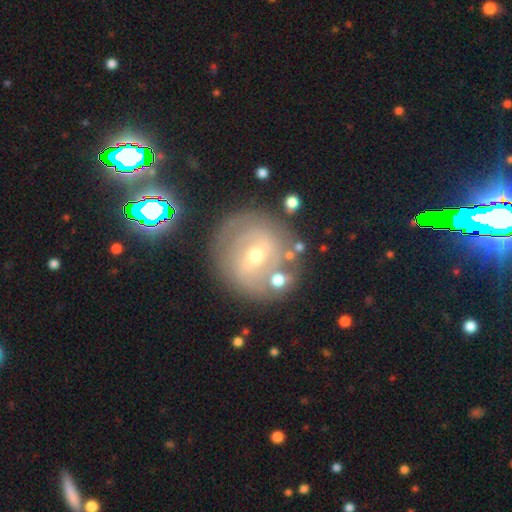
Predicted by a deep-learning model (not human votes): Smooth or featured? featured or disk (64%)
Edge-on disk? no (95%)
Bar? weak (49%)
Spiral arms? yes (68%)
Bulge size? moderate (51%)
Merging? none (77%)